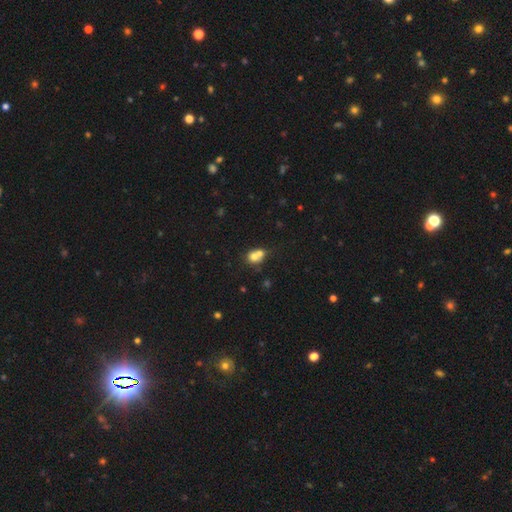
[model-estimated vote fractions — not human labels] Morphology: type=smooth (70%); roundness=round (69%); merging=merger (62%).